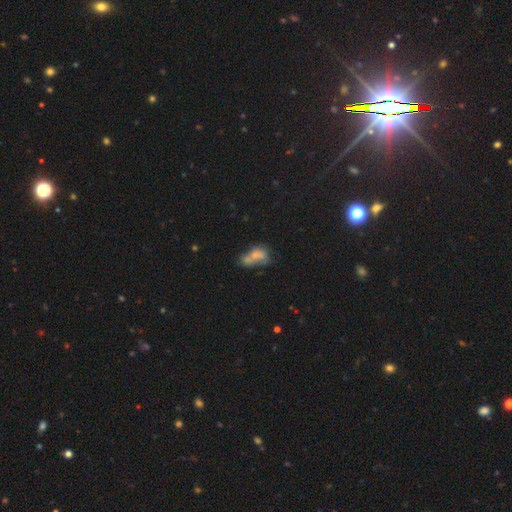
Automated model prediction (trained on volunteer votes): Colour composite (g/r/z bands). It shows a smooth galaxy with no disk features (60%) that is in between round and cigar-shaped (70%). Merging: merger (65%).